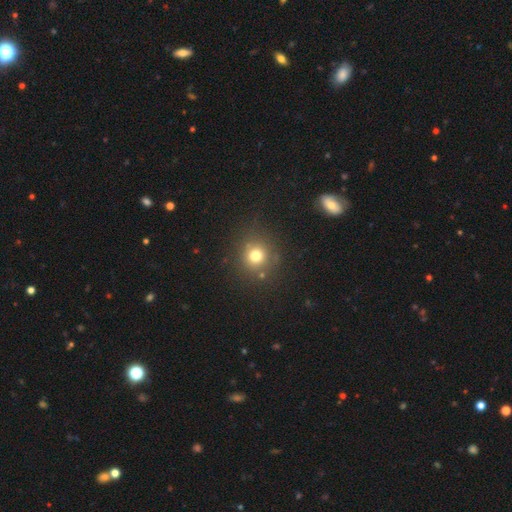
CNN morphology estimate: Smooth or featured: smooth — 74% (star or artifact — 17%)
How rounded: round — 91% (in between — 8%)
Merging: none — 82% (minor disturbance — 9%)